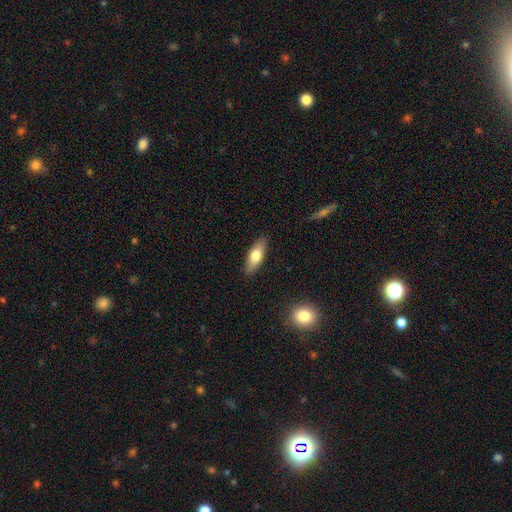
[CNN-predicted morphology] Smooth or featured?
  - smooth: 70% *
  - featured or disk: 24%
  - star or artifact: 6%
How rounded?
  - in between: 68% *
  - cigar-shaped: 29%
  - round: 3%
Merging?
  - none: 87% *
  - minor disturbance: 9%
  - major disturbance: 2%
  - merger: 1%